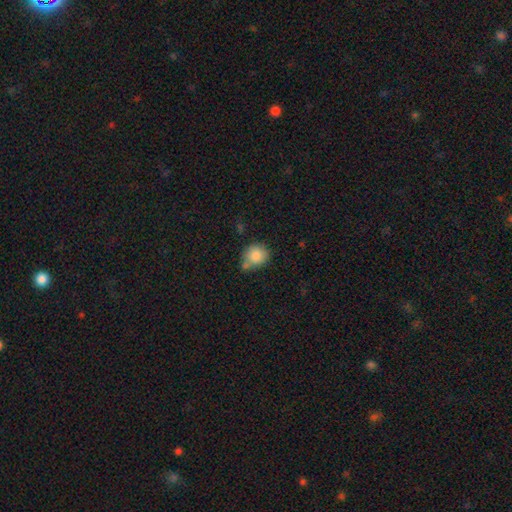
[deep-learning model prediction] This is clearly a smooth galaxy (83%). How rounded: likely round (80%). Merging: possibly none (56%).